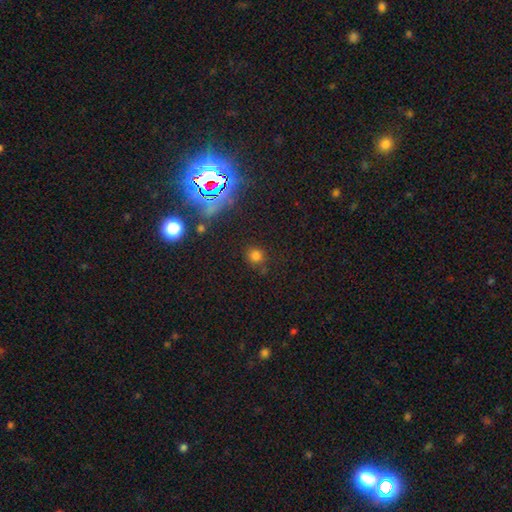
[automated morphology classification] Q: Smooth or featured?
A: smooth (72%); runner-up: star or artifact (22%)
Q: How rounded?
A: round (88%); runner-up: in between (10%)
Q: Merging?
A: none (78%); runner-up: minor disturbance (13%)